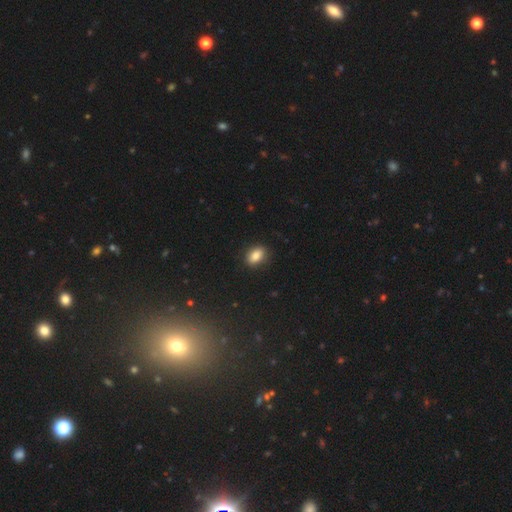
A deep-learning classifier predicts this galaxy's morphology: Smooth or featured? smooth (84%)
How rounded? in between (79%)
Merging? none (87%)